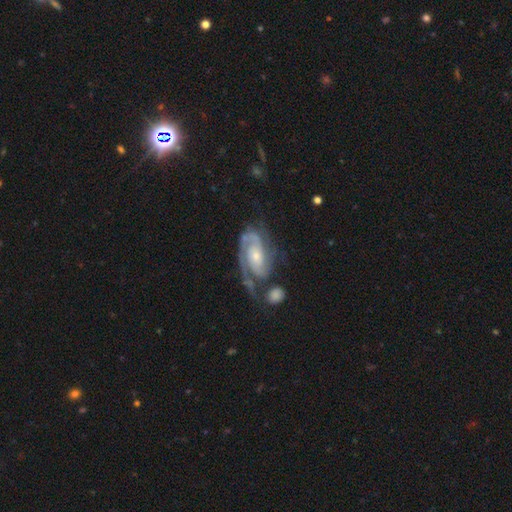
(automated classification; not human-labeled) Smooth or featured? featured or disk (87%)
Edge-on disk? no (96%)
Bar? no (62%)
Spiral arms? yes (96%)
Spiral winding? tight (54%)
Spiral arm count? 2 (63%)
Bulge size? small (59%)
Merging? none (47%)